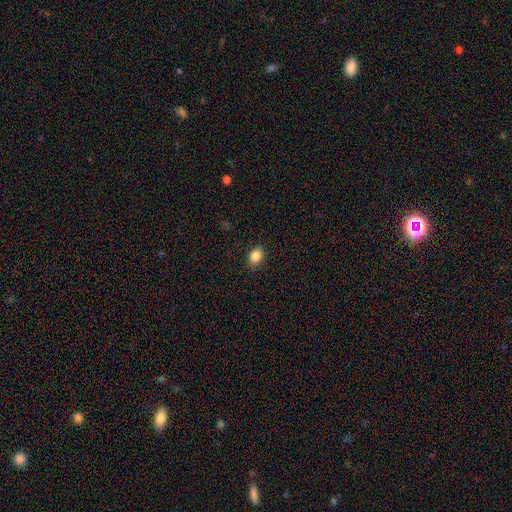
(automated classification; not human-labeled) Q: Smooth or featured?
A: smooth (87%); runner-up: star or artifact (9%)
Q: How rounded?
A: in between (75%); runner-up: round (23%)
Q: Merging?
A: none (87%); runner-up: minor disturbance (10%)